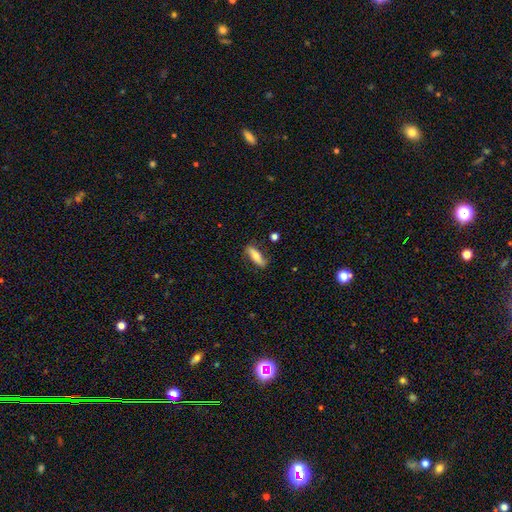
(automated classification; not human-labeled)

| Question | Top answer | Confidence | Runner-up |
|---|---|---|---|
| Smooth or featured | smooth | 64% | featured or disk (29%) |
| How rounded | cigar-shaped | 54% | in between (43%) |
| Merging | none | 78% | minor disturbance (17%) |